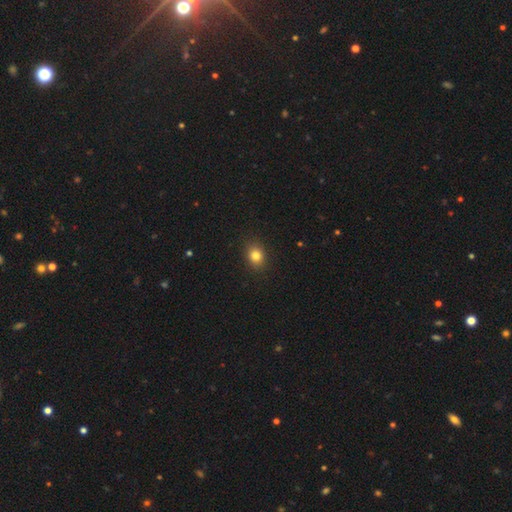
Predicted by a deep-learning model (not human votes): This appears to be a smooth galaxy with no disk features (82%) that is round (59%). Merging: none (89%).